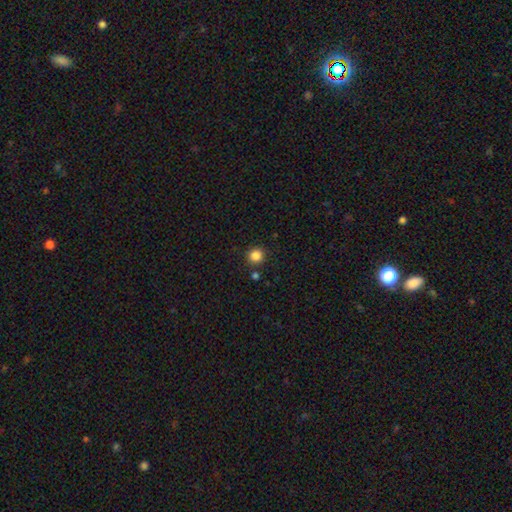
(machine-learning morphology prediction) Overall: smooth (85%). How rounded: round (94%). Merging: none (88%).